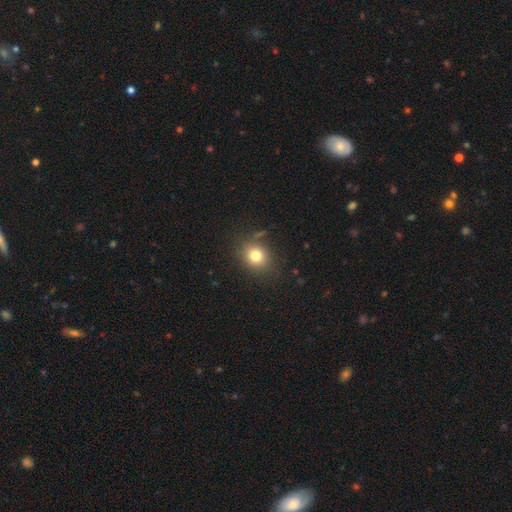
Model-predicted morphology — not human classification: A smooth galaxy with no disk features (78%) that is round (73%).

Vote fractions:
- Smooth or featured? smooth: 78% / star or artifact: 14% / featured or disk: 9%
- How rounded? round: 73% / in between: 26% / cigar-shaped: 1%
- Merging? none: 81% / minor disturbance: 12% / major disturbance: 4% / merger: 3%